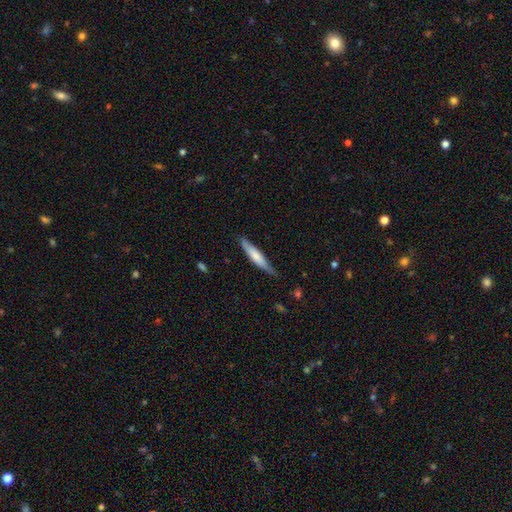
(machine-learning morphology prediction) Overall: smooth (59%; featured or disk 35%). How rounded: cigar-shaped (87%). Merging: none (74%).